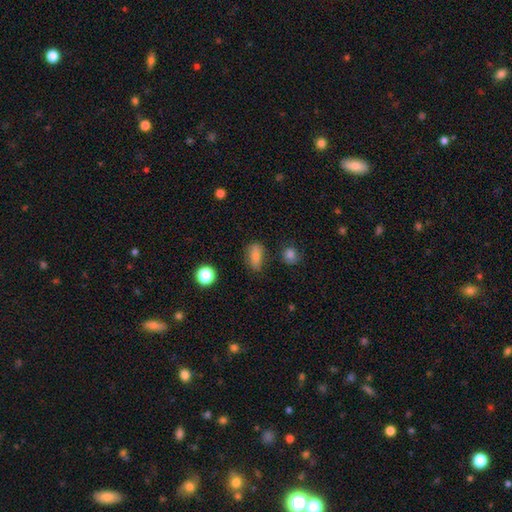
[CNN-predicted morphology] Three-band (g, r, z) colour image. It shows a smooth galaxy with no disk features (78%) that is in between round and cigar-shaped (82%). Merging: none (73%).